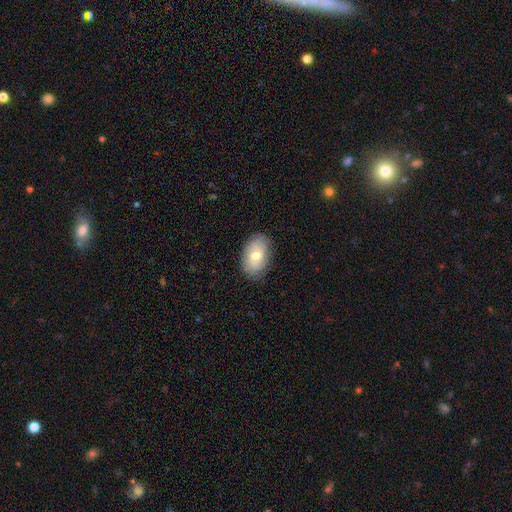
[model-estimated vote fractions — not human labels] A smooth galaxy with no disk features (68%) that is in between round and cigar-shaped (90%).

Vote fractions:
- Smooth or featured? smooth: 68% / featured or disk: 25% / star or artifact: 7%
- How rounded? in between: 90% / round: 8% / cigar-shaped: 1%
- Merging? none: 82% / minor disturbance: 14% / major disturbance: 3% / merger: 1%